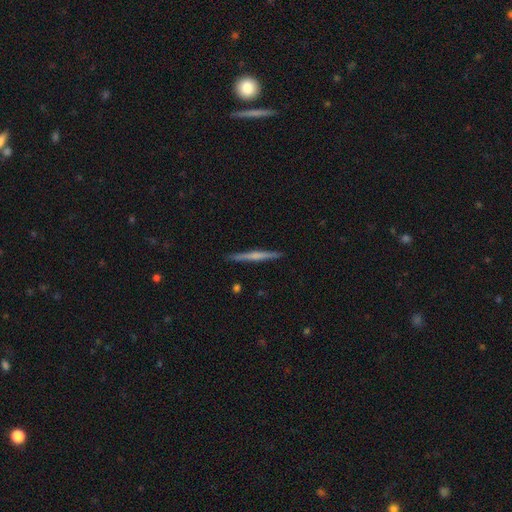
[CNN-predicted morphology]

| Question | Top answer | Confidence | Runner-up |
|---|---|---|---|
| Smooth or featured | featured or disk | 59% | smooth (35%) |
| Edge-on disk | yes | 98% | no (2%) |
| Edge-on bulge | none | 45% | rounded (42%) |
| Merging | none | 91% | minor disturbance (6%) |